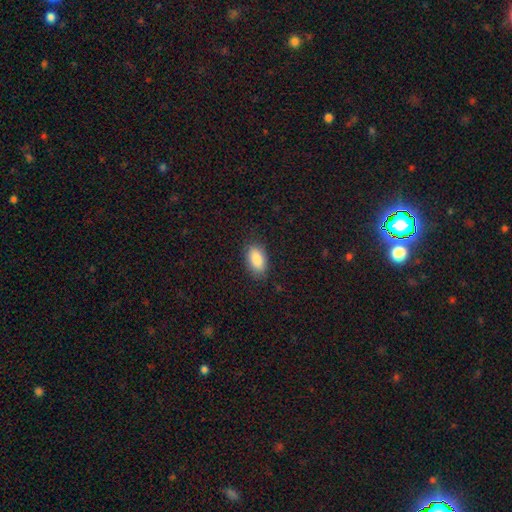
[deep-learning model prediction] The model was most divided on "merging": none: 85%, minor disturbance: 11%, major disturbance: 3%, merger: 1%. More confident: how rounded — in between (92%); smooth or featured — smooth (88%).